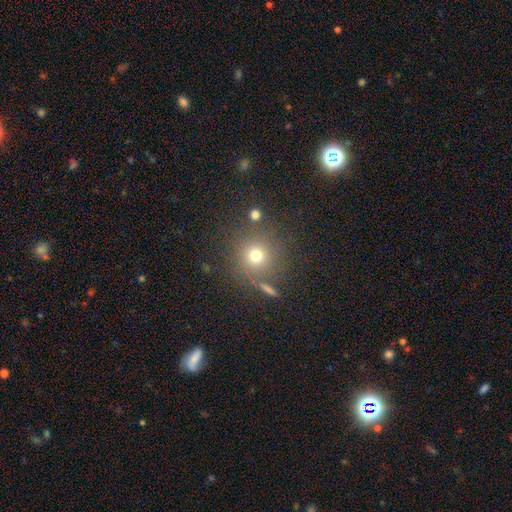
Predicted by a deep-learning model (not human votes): Smooth or featured? Predicted: smooth (p=0.72). How rounded? Predicted: round (p=0.93). Merging? Predicted: none (p=0.79).